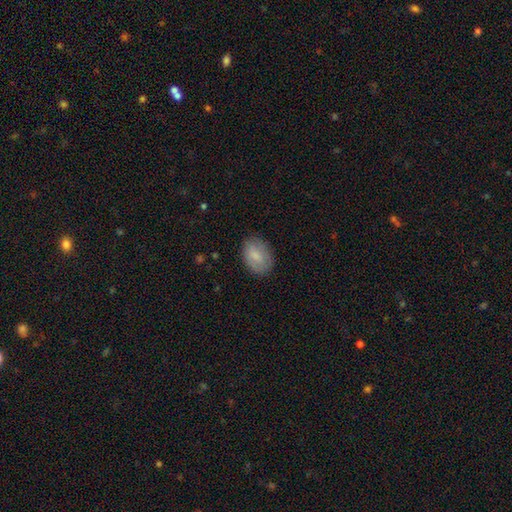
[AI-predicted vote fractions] Smooth or featured: smooth — 78% (featured or disk — 15%)
How rounded: in between — 85% (round — 14%)
Merging: none — 80% (minor disturbance — 15%)